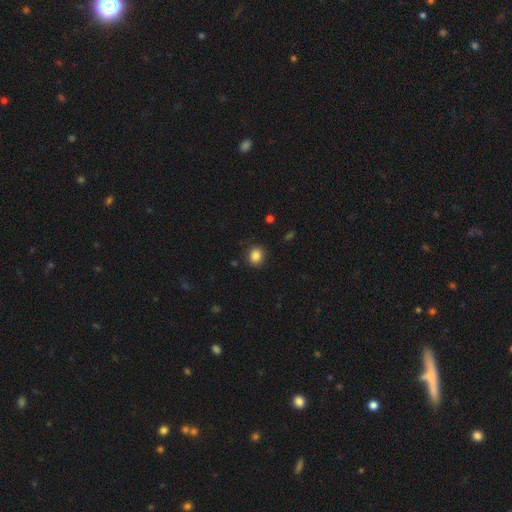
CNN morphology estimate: Smooth or featured? smooth (86%)
How rounded? round (74%)
Merging? none (87%)